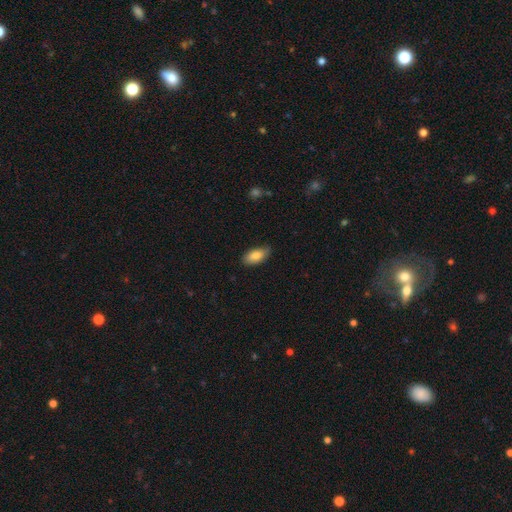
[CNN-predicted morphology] Q: Smooth or featured?
A: smooth (85%); runner-up: featured or disk (9%)
Q: How rounded?
A: in between (91%); runner-up: cigar-shaped (6%)
Q: Merging?
A: none (80%); runner-up: minor disturbance (16%)